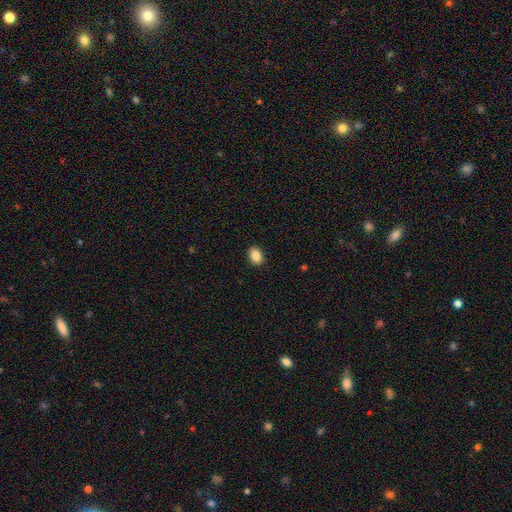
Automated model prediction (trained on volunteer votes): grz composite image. It shows a smooth galaxy with no disk features (87%) that is in between round and cigar-shaped (77%). Merging: none (91%).